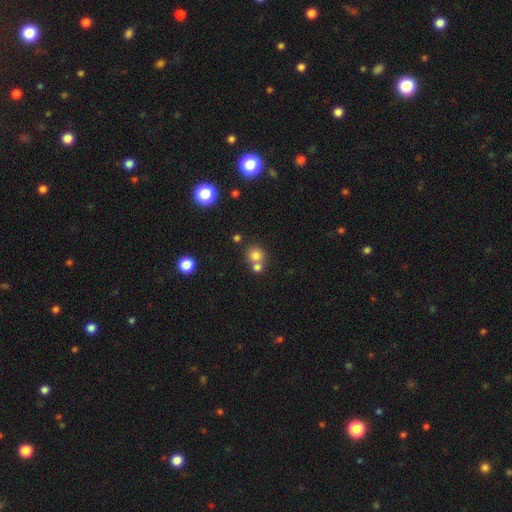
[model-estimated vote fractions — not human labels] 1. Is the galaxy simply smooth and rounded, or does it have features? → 78% smooth, 14% star or artifact, 9% featured or disk.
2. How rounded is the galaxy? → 85% round, 14% in between, 1% cigar-shaped.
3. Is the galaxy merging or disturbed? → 50% none, 40% merger, 7% minor disturbance, 3% major disturbance.